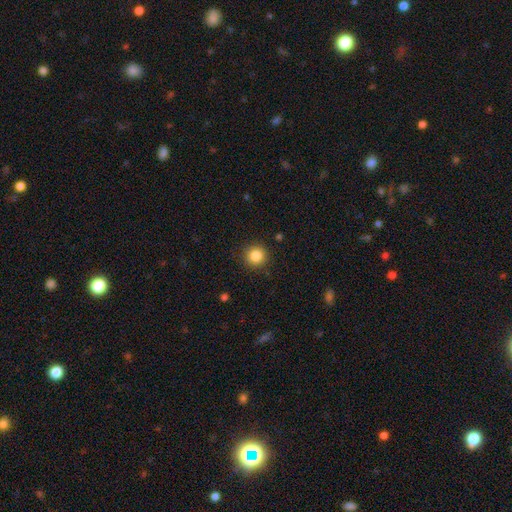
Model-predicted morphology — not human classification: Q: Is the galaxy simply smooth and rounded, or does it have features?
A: smooth — 86%.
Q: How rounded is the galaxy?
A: round — 94%.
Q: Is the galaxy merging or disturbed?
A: none — 90%.